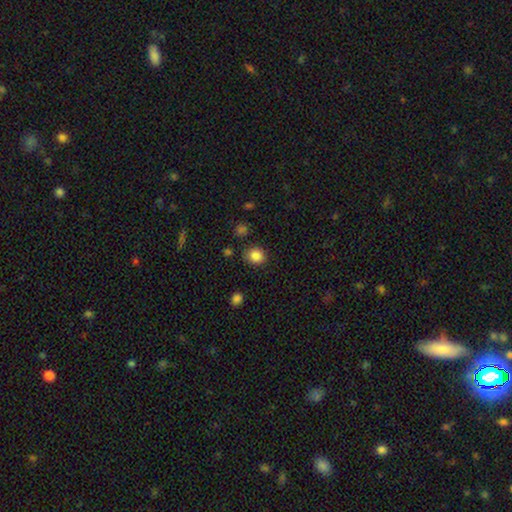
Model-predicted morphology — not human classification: A smooth galaxy with no disk features (85%) that is round (77%).

Vote fractions:
- Smooth or featured? smooth: 85% / star or artifact: 10% / featured or disk: 4%
- How rounded? round: 77% / in between: 22% / cigar-shaped: 1%
- Merging? none: 83% / minor disturbance: 11% / major disturbance: 3% / merger: 3%